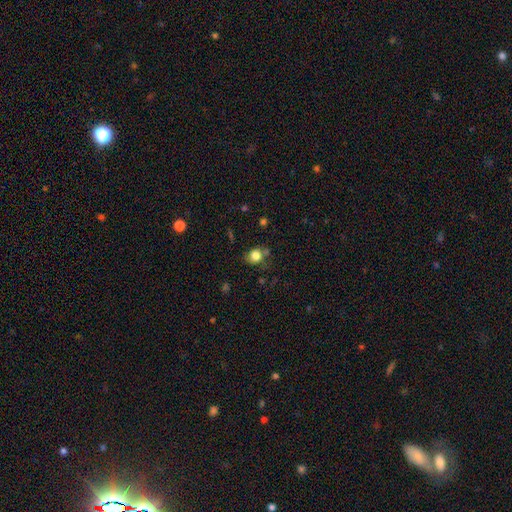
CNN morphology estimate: Smooth or featured: smooth — 80% (star or artifact — 11%)
How rounded: round — 66% (in between — 33%)
Merging: none — 65% (minor disturbance — 22%)